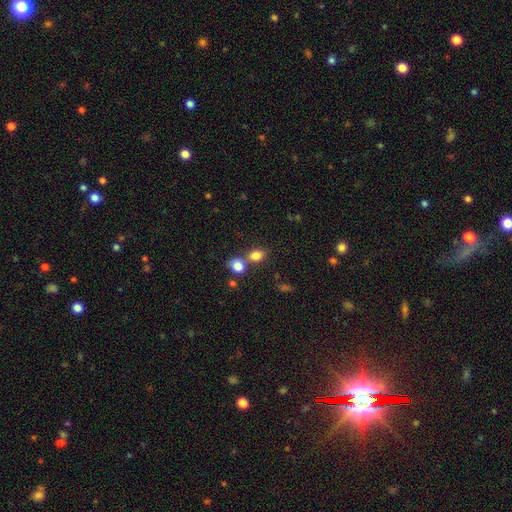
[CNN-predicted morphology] The model was most divided on "how rounded": in between: 56%, round: 43%, cigar-shaped: 1%. More confident: smooth or featured — smooth (81%); merging — none (51%).